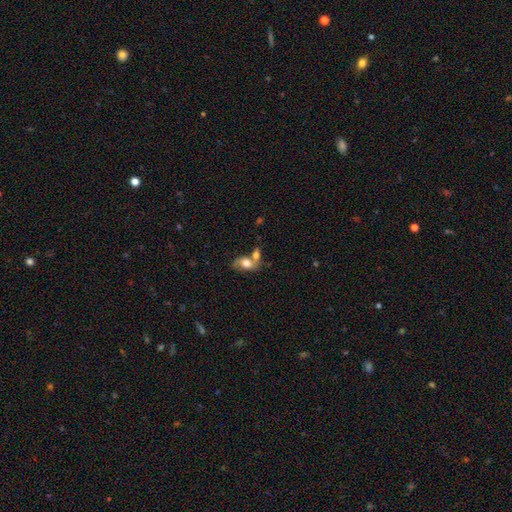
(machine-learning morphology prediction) smooth 55%, featured or disk 30%, star or artifact 15%. Down the decision tree: how rounded — in between (72%); merging — merger (44%).